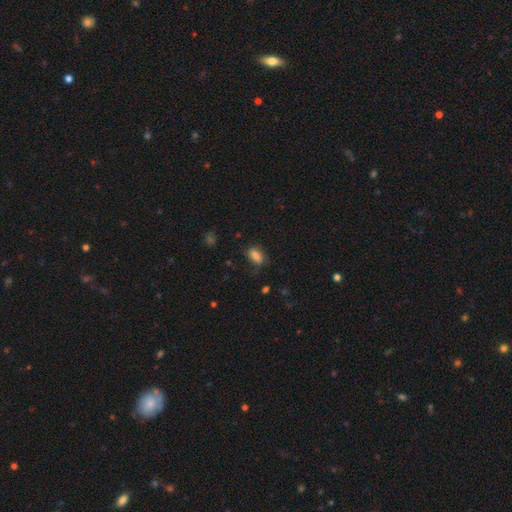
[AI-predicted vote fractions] Smooth or featured? smooth (83%)
How rounded? in between (81%)
Merging? none (70%)